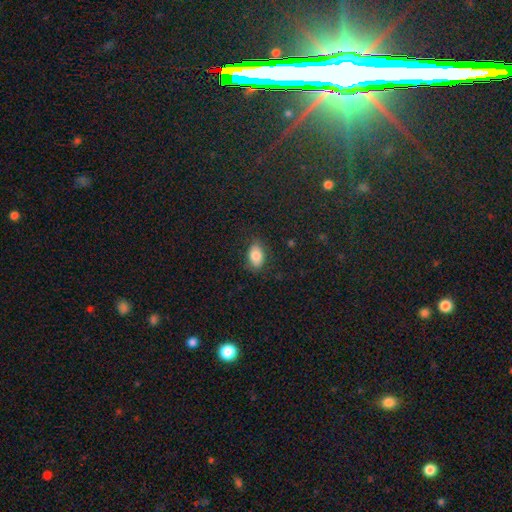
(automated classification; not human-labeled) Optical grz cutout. It shows a smooth galaxy with no disk features (82%) that is in between round and cigar-shaped (89%). Merging: none (80%).